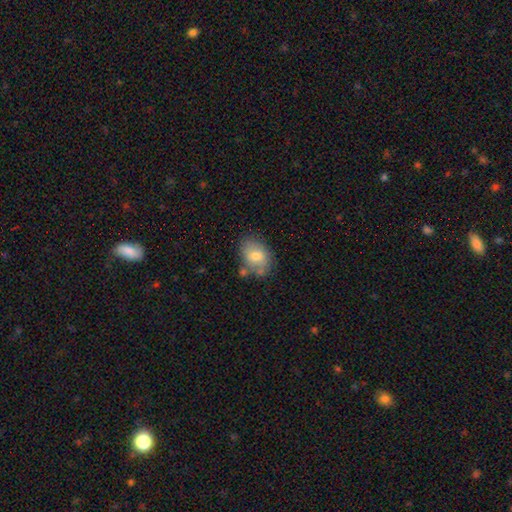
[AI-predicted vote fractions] Smooth or featured? Predicted: smooth (p=0.70). How rounded? Predicted: in between (p=0.76). Merging? Predicted: none (p=0.67).